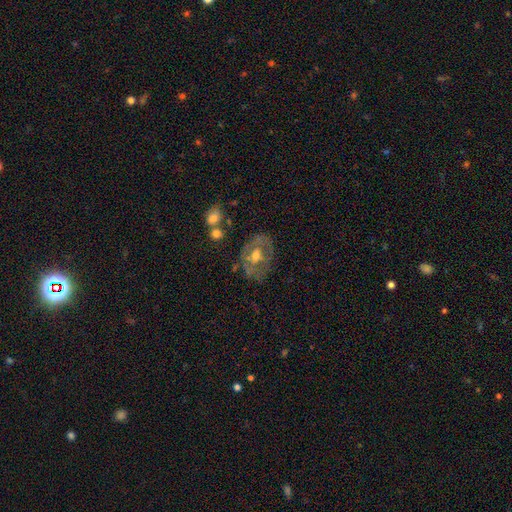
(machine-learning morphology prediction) This is likely a featured or disk galaxy (64%). It is clearly not viewed edge-on (95%). Bar: possibly no (59%). Spiral arm pattern: likely no (66%). Central bulge: likely moderate (68%). Merging: possibly none (56%).